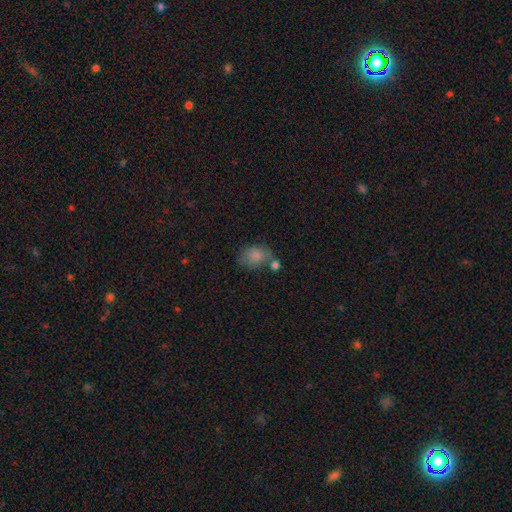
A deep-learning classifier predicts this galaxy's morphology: Q: Smooth or featured?
A: smooth (82%); runner-up: featured or disk (9%)
Q: How rounded?
A: in between (64%); runner-up: round (35%)
Q: Merging?
A: none (49%); runner-up: minor disturbance (23%)